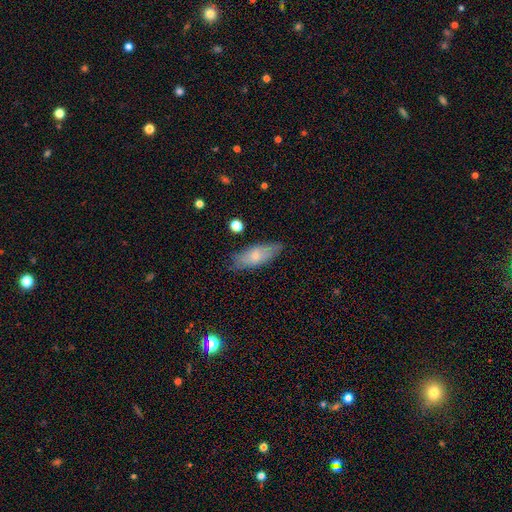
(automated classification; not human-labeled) Q: Smooth or featured?
A: smooth (69%); runner-up: featured or disk (25%)
Q: How rounded?
A: in between (69%); runner-up: cigar-shaped (28%)
Q: Merging?
A: none (80%); runner-up: minor disturbance (15%)